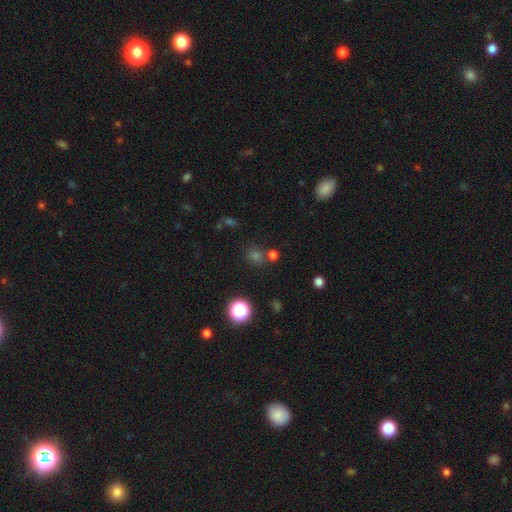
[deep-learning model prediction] smooth 58%, star or artifact 35%, featured or disk 7%. Down the decision tree: how rounded — round (84%); merging — none (71%).